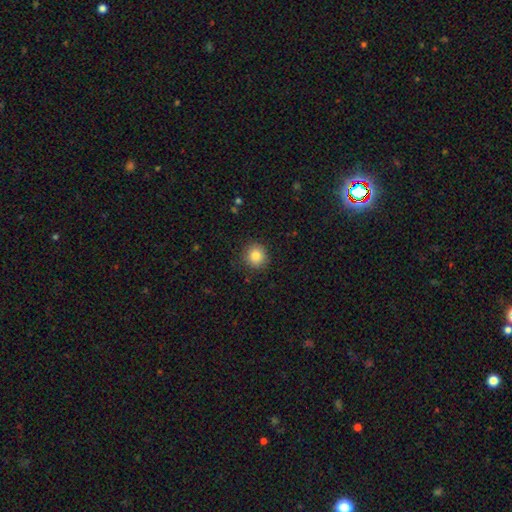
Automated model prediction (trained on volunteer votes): Smooth or featured? Predicted: smooth (p=0.84). How rounded? Predicted: round (p=0.91). Merging? Predicted: none (p=0.89).